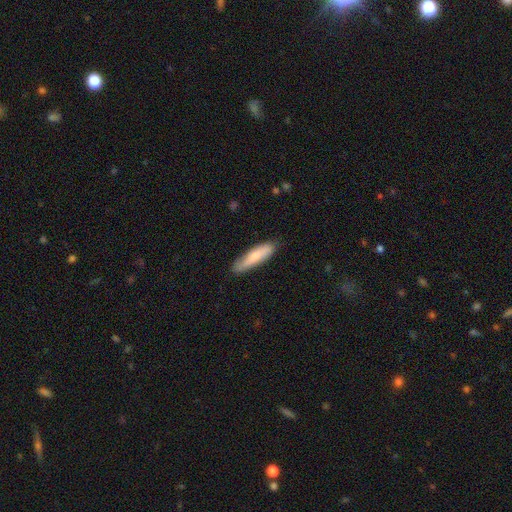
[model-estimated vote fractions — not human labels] smooth_or_featured: smooth (p=0.73) [alt: featured or disk p=0.21]
how_rounded: cigar-shaped (p=0.73) [alt: in between p=0.25]
merging: none (p=0.77) [alt: minor disturbance p=0.18]